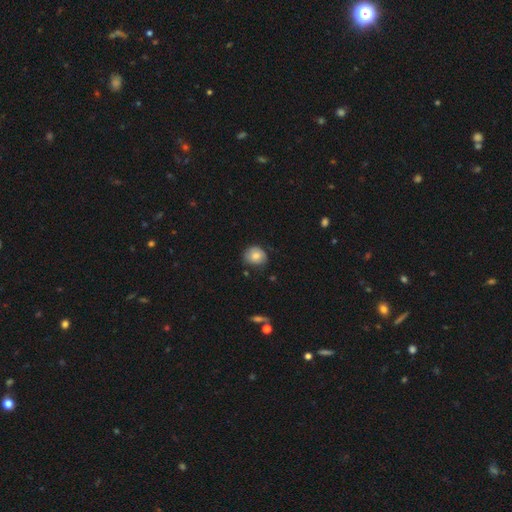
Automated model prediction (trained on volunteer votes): This is likely a smooth galaxy (69%). How rounded: likely round (69%). Merging: likely none (66%).